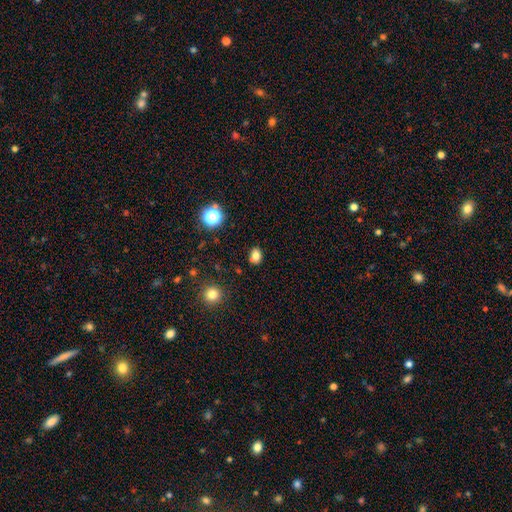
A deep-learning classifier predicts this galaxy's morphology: Smooth or featured? Predicted: smooth (p=0.78). How rounded? Predicted: in between (p=0.58). Merging? Predicted: none (p=0.81).